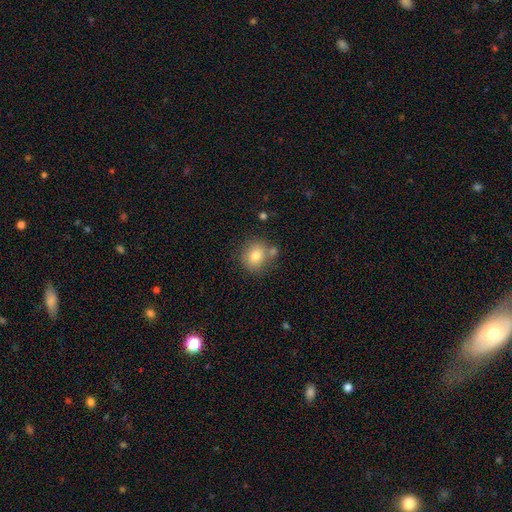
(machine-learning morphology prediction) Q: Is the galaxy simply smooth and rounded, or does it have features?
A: smooth — 79%.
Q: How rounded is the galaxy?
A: round — 83%.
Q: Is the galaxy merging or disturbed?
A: none — 67%.